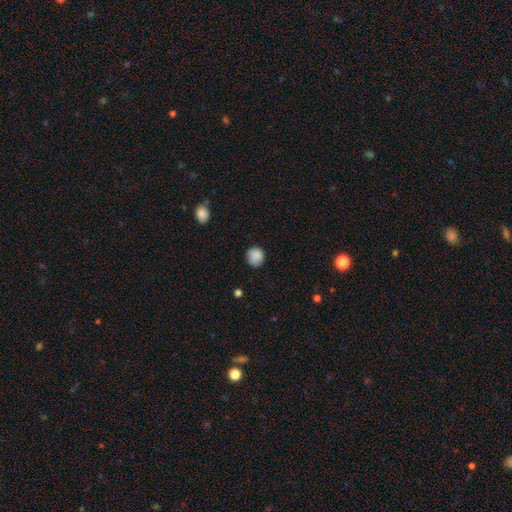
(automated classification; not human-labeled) Smooth or featured? Predicted: smooth (p=0.87). How rounded? Predicted: round (p=0.87). Merging? Predicted: none (p=0.77).